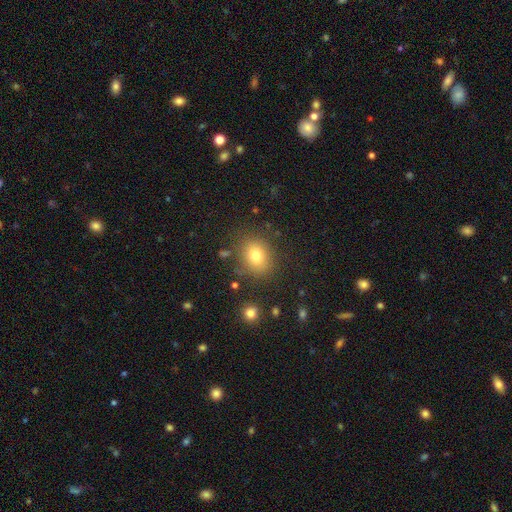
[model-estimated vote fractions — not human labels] Smooth or featured? smooth (76%)
How rounded? round (54%)
Merging? none (82%)